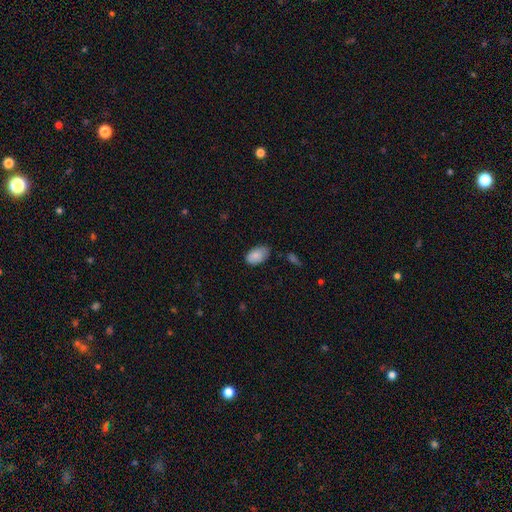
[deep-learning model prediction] Q: Smooth or featured?
A: smooth (85%); runner-up: featured or disk (8%)
Q: How rounded?
A: in between (93%); runner-up: round (5%)
Q: Merging?
A: none (67%); runner-up: minor disturbance (27%)